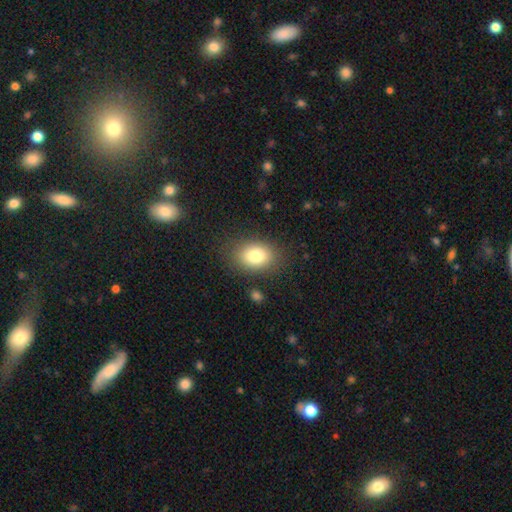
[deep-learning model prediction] The model was most divided on "how rounded": in between: 72%, round: 27%, cigar-shaped: 1%. More confident: merging — none (83%); smooth or featured — smooth (80%).